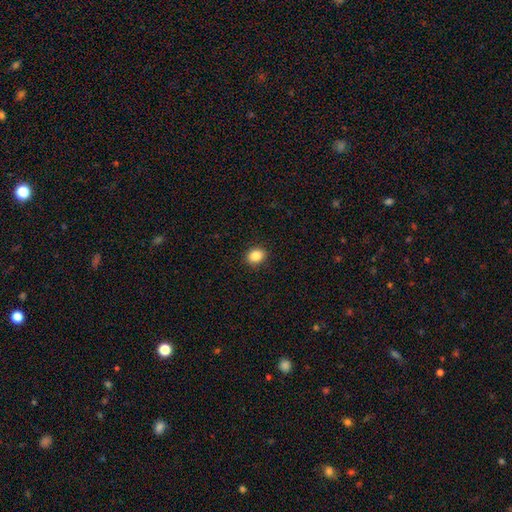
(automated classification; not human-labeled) smooth_or_featured: smooth (p=0.86) [alt: star or artifact p=0.10]
how_rounded: round (p=0.61) [alt: in between p=0.38]
merging: none (p=0.90) [alt: minor disturbance p=0.07]